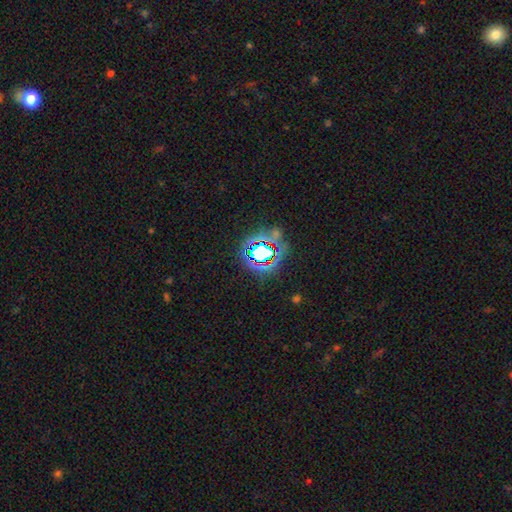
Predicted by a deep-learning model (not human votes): Overall: star or artifact (66%).